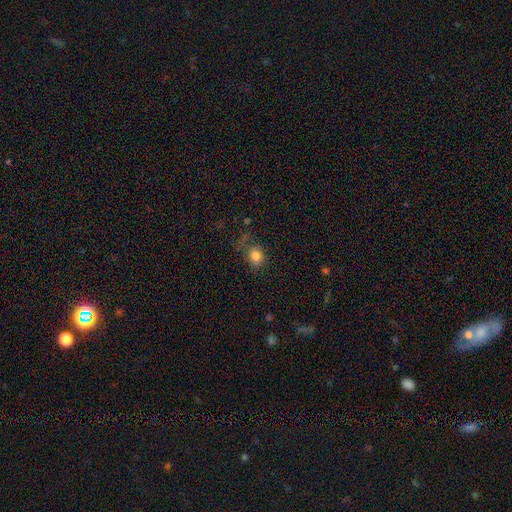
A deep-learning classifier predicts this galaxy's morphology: Smooth or featured? smooth (81%)
How rounded? round (72%)
Merging? none (72%)